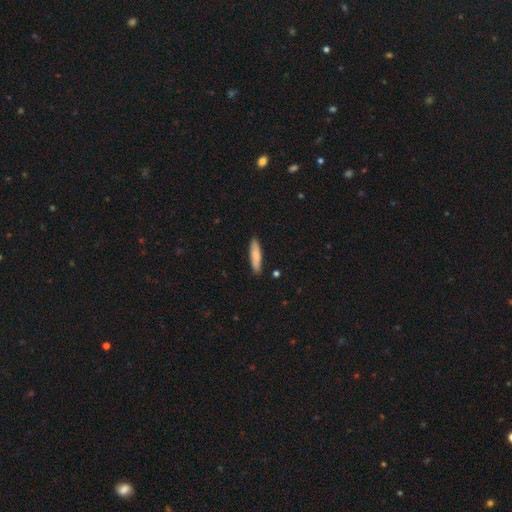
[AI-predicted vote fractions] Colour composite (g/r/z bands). It shows a smooth galaxy with no disk features (82%) that is cigar-shaped (75%). Merging: none (88%).